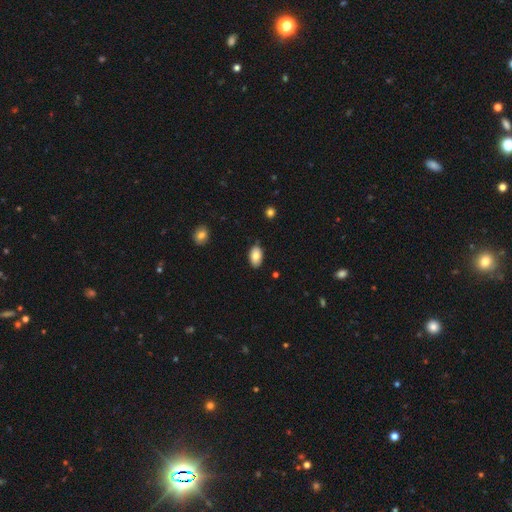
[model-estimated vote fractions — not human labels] This is clearly a smooth galaxy (82%). How rounded: clearly in between (93%). Merging: clearly none (85%).